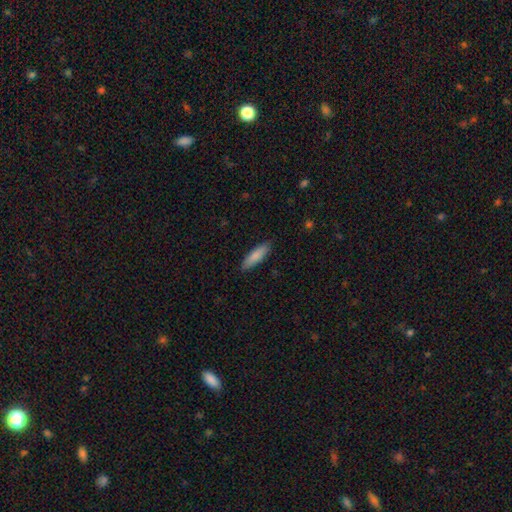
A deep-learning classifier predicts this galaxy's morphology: A smooth galaxy with no disk features (85%) that is cigar-shaped (62%).

Vote fractions:
- Smooth or featured? smooth: 85% / featured or disk: 9% / star or artifact: 5%
- How rounded? cigar-shaped: 62% / in between: 37% / round: 1%
- Merging? none: 88% / minor disturbance: 9% / major disturbance: 2% / merger: 1%